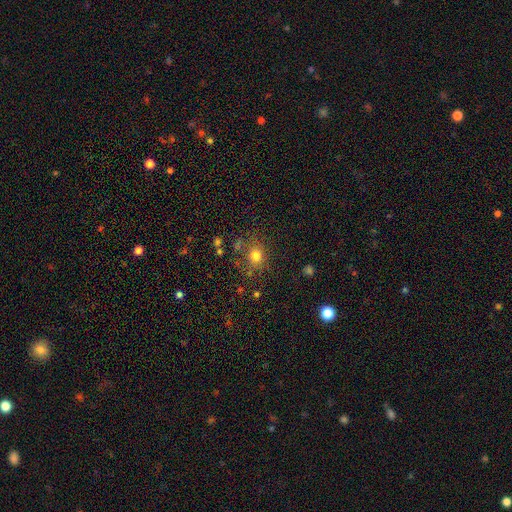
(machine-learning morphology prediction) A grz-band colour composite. It shows a smooth galaxy with no disk features (77%) that is round (77%). Merging: none (76%).